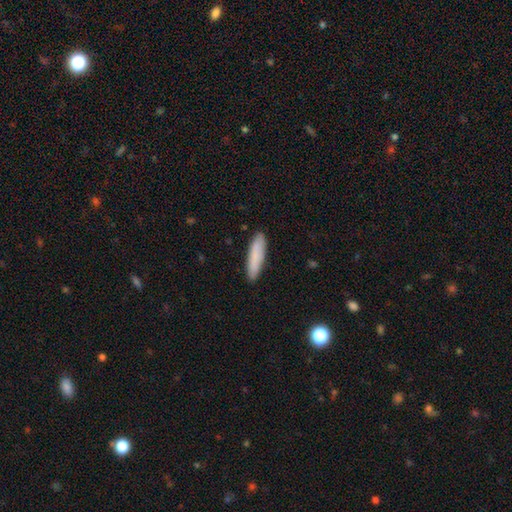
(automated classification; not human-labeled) A smooth galaxy with no disk features (84%) that is cigar-shaped (77%). Merging: none (88%).